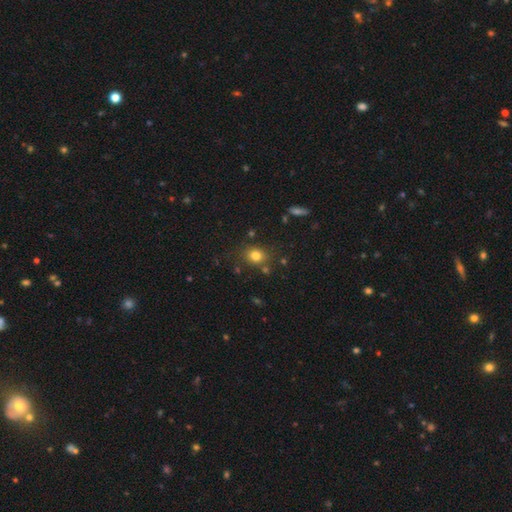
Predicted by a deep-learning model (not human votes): Morphology: type=smooth (78%); roundness=round (64%); merging=none (79%).